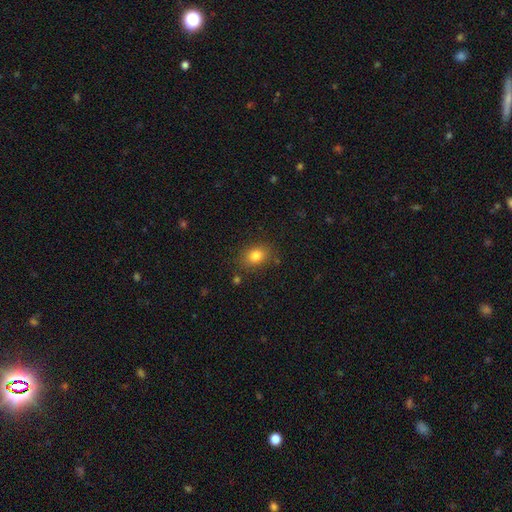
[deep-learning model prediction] smooth-or-featured: smooth: 82% | star or artifact: 11% | featured or disk: 7%
  how-rounded: in between: 65% | round: 34% | cigar-shaped: 1%
  merging: none: 82% | minor disturbance: 12% | major disturbance: 4% | merger: 3%